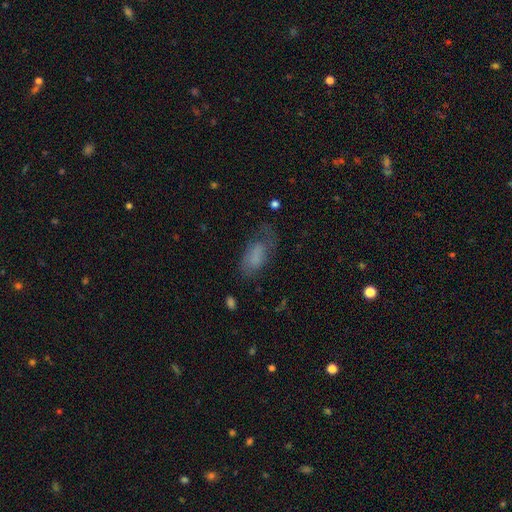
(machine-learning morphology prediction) This is likely a smooth galaxy (67%). How rounded: clearly in between (88%). Merging: possibly none (48%).